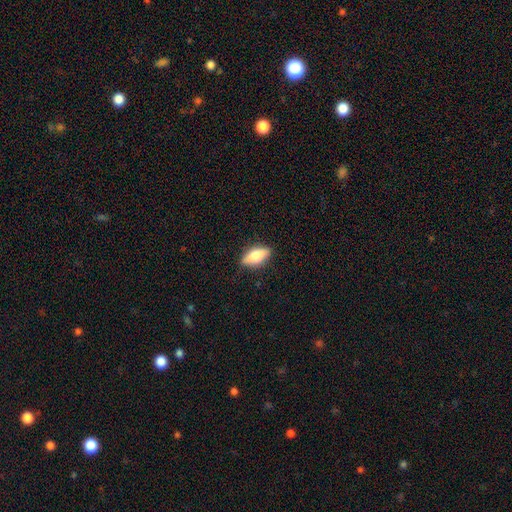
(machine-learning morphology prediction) type=smooth (64%); roundness=in between (78%); merging=none (86%).